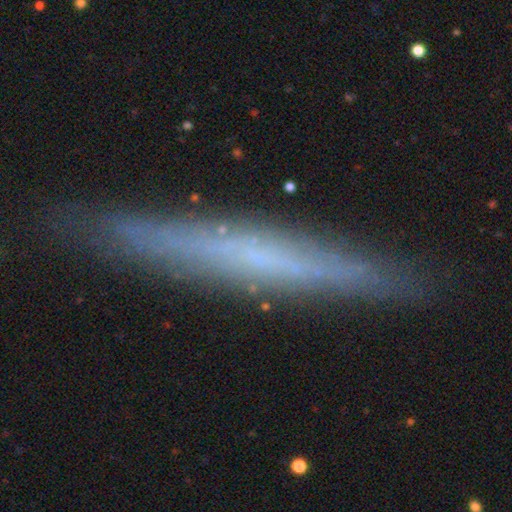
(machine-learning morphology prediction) Overall: featured or disk (59%; smooth 32%). Edge-on disk: yes (94%). Edge-on bulge: none (76%). Merging: none (88%).